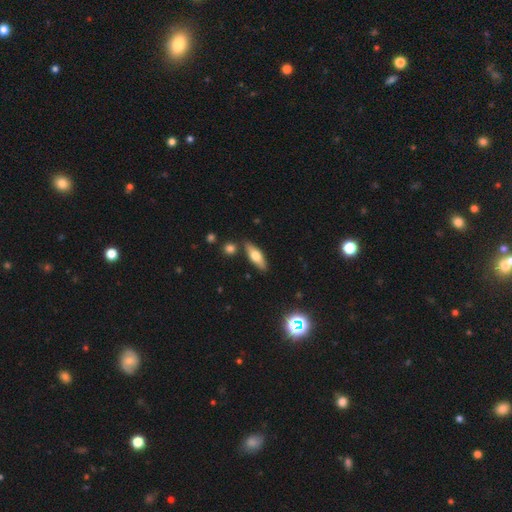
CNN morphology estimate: Smooth or featured? smooth (58%)
How rounded? in between (54%)
Merging? none (82%)